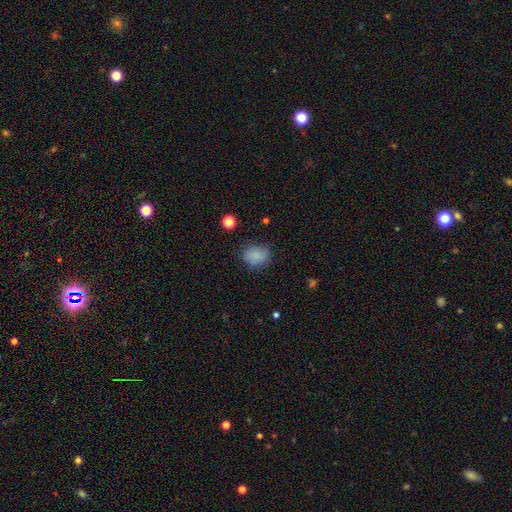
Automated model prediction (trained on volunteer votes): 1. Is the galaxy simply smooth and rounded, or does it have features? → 82% smooth, 10% star or artifact, 8% featured or disk.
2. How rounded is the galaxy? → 53% round, 46% in between, 1% cigar-shaped.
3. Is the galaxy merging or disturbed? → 76% none, 17% minor disturbance, 5% major disturbance, 1% merger.